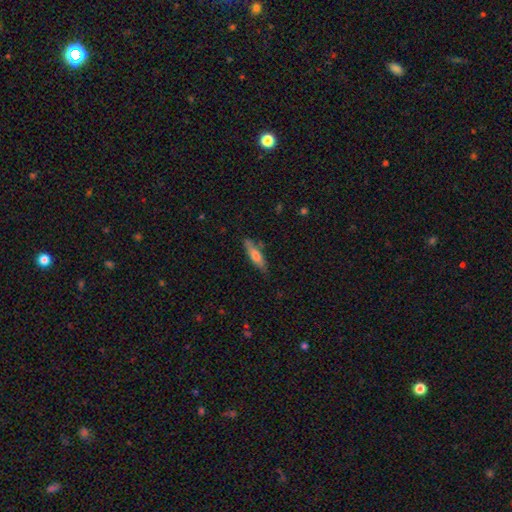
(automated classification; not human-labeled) smooth 67%, featured or disk 27%, star or artifact 6%. Down the decision tree: how rounded — cigar-shaped (70%); merging — none (77%).